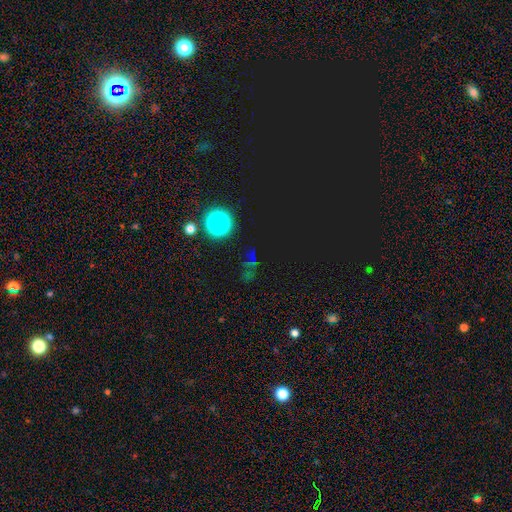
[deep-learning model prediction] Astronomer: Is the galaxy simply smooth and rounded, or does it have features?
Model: star or artifact — 65%.